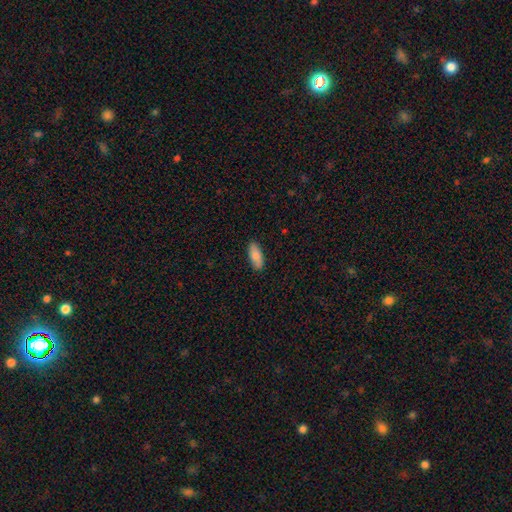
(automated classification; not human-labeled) Smooth or featured? smooth (82%)
How rounded? in between (80%)
Merging? none (89%)